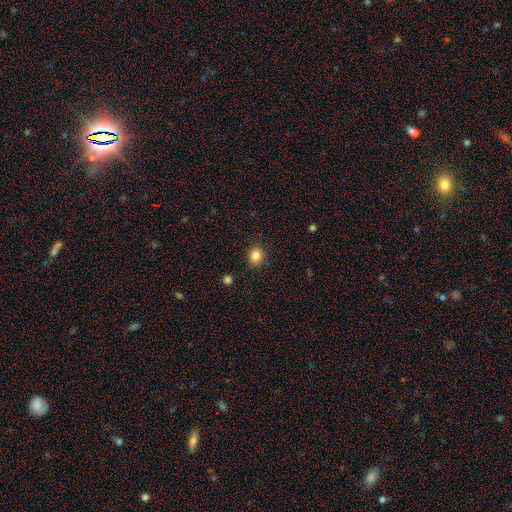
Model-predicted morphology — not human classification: Q: Smooth or featured?
A: smooth (84%); runner-up: star or artifact (11%)
Q: How rounded?
A: round (73%); runner-up: in between (26%)
Q: Merging?
A: none (88%); runner-up: minor disturbance (8%)